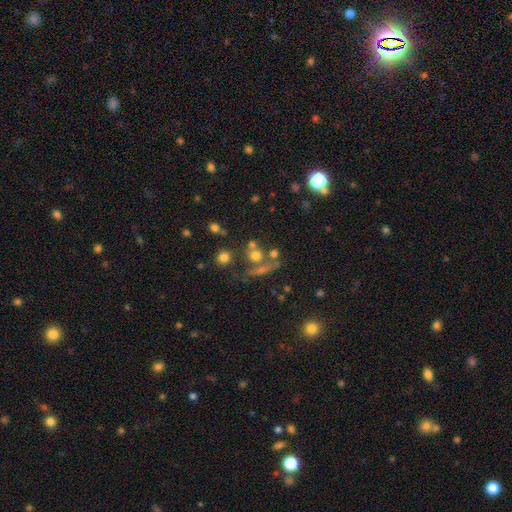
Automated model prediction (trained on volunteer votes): Smooth or featured?
  - smooth: 60% *
  - featured or disk: 21%
  - star or artifact: 20%
How rounded?
  - round: 81% *
  - in between: 16%
  - cigar-shaped: 3%
Merging?
  - none: 46% *
  - merger: 35%
  - minor disturbance: 10%
  - major disturbance: 9%